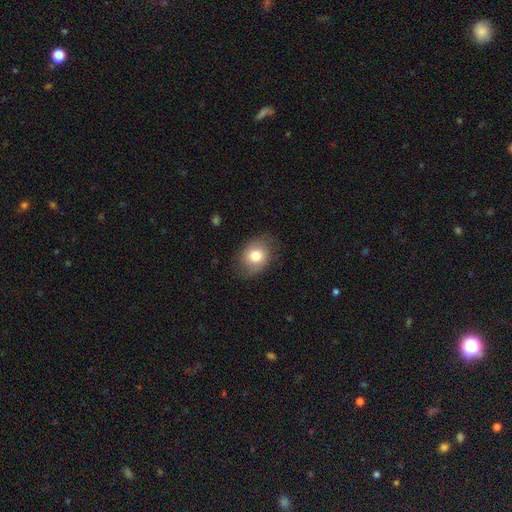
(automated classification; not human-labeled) A smooth galaxy with no disk features (76%) that is in between round and cigar-shaped (57%).

Vote fractions:
- Smooth or featured? smooth: 76% / featured or disk: 15% / star or artifact: 9%
- How rounded? in between: 57% / round: 42% / cigar-shaped: 1%
- Merging? none: 78% / minor disturbance: 16% / major disturbance: 5% / merger: 1%